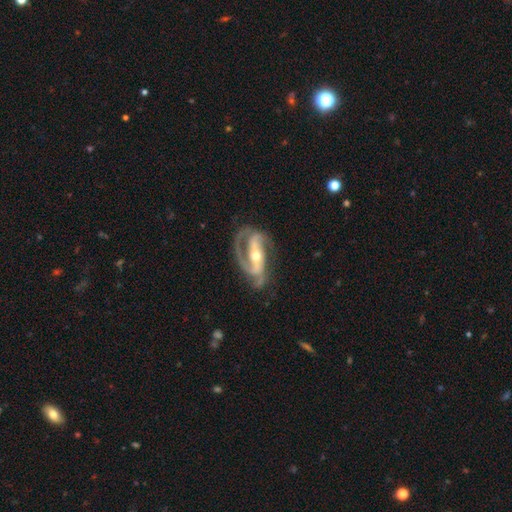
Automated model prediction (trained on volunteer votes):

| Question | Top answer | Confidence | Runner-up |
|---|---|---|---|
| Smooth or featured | featured or disk | 89% | smooth (6%) |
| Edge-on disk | no | 95% | yes (5%) |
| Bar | strong | 51% | weak (27%) |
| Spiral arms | yes | 96% | no (4%) |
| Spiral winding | medium | 51% | tight (29%) |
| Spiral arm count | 2 | 74% | 1 (9%) |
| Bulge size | moderate | 61% | small (34%) |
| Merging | none | 60% | minor disturbance (20%) |